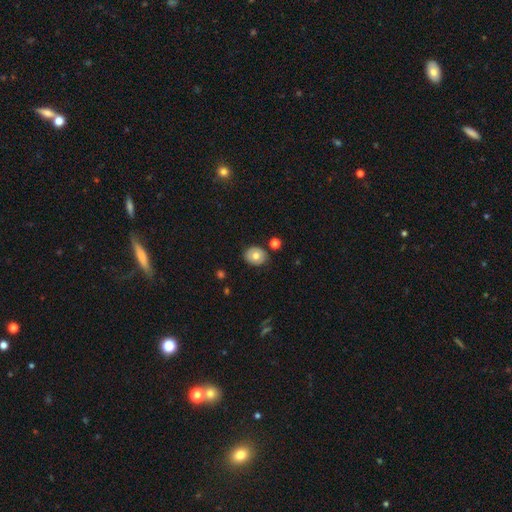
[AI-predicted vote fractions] smooth_or_featured: smooth (p=0.72) [alt: featured or disk p=0.19]
how_rounded: round (p=0.59) [alt: in between p=0.40]
merging: none (p=0.83) [alt: minor disturbance p=0.11]